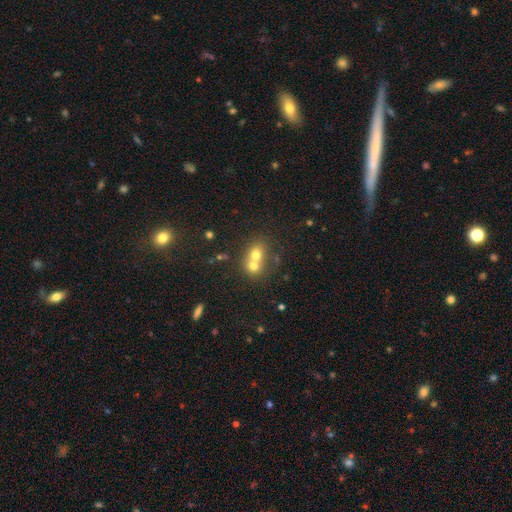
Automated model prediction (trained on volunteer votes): Smooth or featured? smooth (67%)
How rounded? round (62%)
Merging? merger (67%)